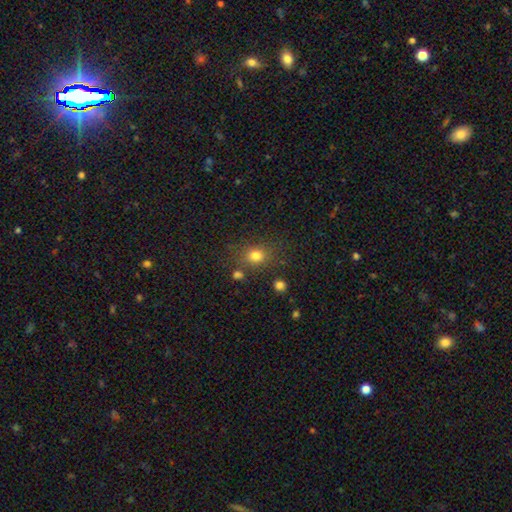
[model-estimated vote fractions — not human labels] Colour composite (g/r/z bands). It shows a smooth galaxy with no disk features (78%) that is round (67%). Merging: none (75%).